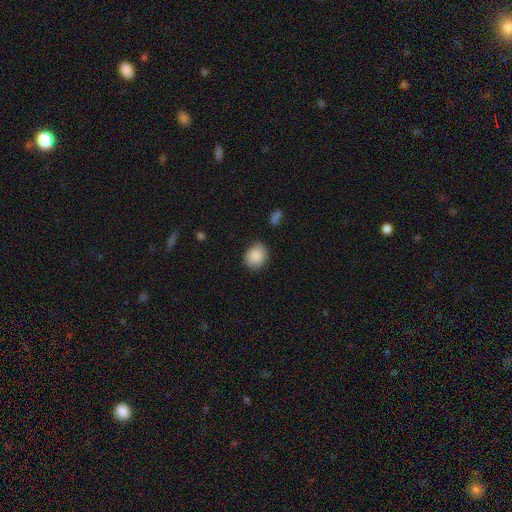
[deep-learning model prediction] Smooth or featured? smooth (88%)
How rounded? round (67%)
Merging? none (81%)